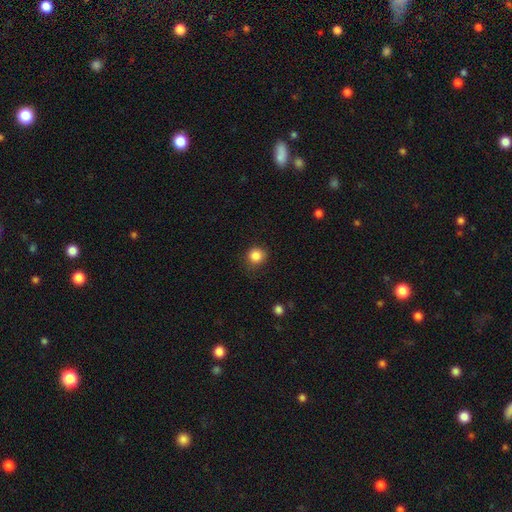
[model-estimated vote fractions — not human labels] This appears to be a smooth galaxy with no disk features (85%) that is round (91%). Merging: none (83%).